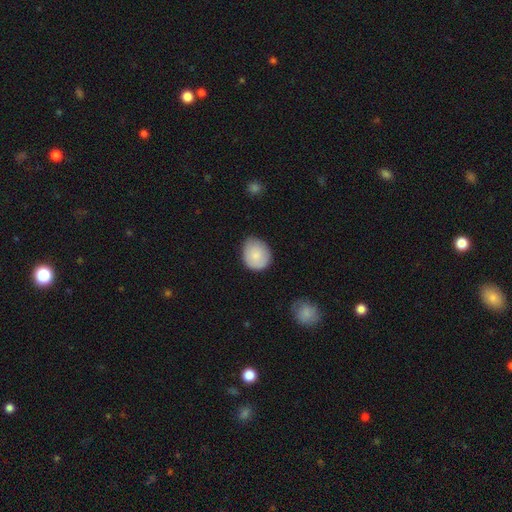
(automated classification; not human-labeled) smooth-or-featured: smooth: 82% | featured or disk: 11% | star or artifact: 6%
  how-rounded: round: 70% | in between: 29% | cigar-shaped: 1%
  merging: none: 71% | minor disturbance: 24% | major disturbance: 4% | merger: 1%